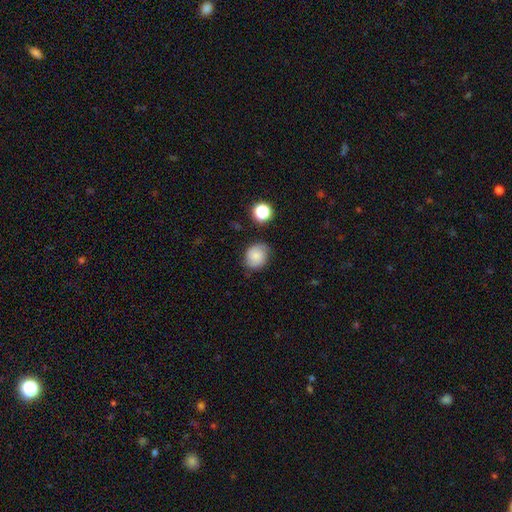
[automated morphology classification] Smooth or featured?
  - smooth: 73% *
  - featured or disk: 16%
  - star or artifact: 11%
How rounded?
  - round: 73% *
  - in between: 27%
  - cigar-shaped: 1%
Merging?
  - none: 74% *
  - minor disturbance: 20%
  - major disturbance: 5%
  - merger: 2%